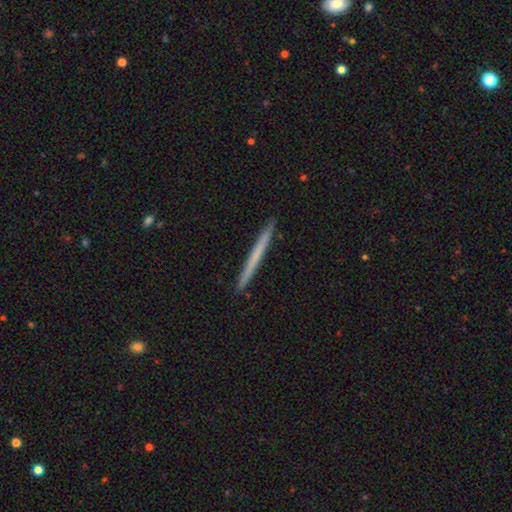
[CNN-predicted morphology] A smooth galaxy with no disk features (55%) that is cigar-shaped (97%).

Vote fractions:
- Smooth or featured? smooth: 55% / featured or disk: 40% / star or artifact: 5%
- How rounded? cigar-shaped: 97% / in between: 1% / round: 1%
- Merging? none: 93% / minor disturbance: 5% / major disturbance: 1% / merger: 1%